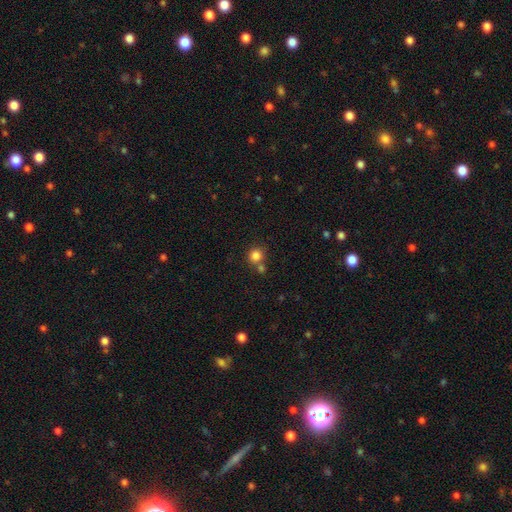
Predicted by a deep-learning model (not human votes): Overall: smooth (83%). How rounded: round (90%). Merging: none (63%; merger 24%).